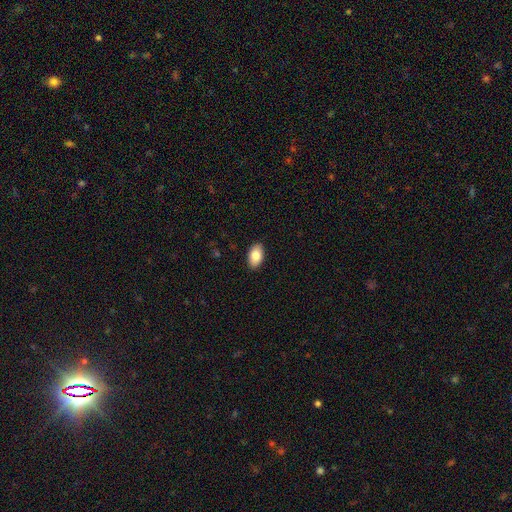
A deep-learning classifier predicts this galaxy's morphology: The model was most divided on "smooth or featured": smooth: 83%, featured or disk: 10%, star or artifact: 7%. More confident: how rounded — in between (93%); merging — none (90%).